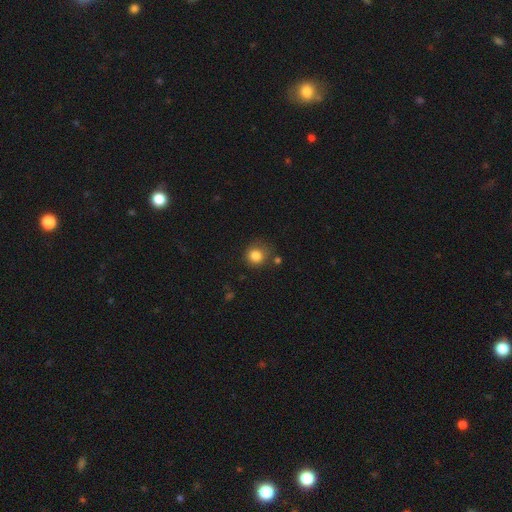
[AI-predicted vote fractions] A smooth galaxy with no disk features (84%) that is round (87%).

Vote fractions:
- Smooth or featured? smooth: 84% / star or artifact: 11% / featured or disk: 5%
- How rounded? round: 87% / in between: 12% / cigar-shaped: 1%
- Merging? none: 70% / minor disturbance: 18% / major disturbance: 6% / merger: 5%